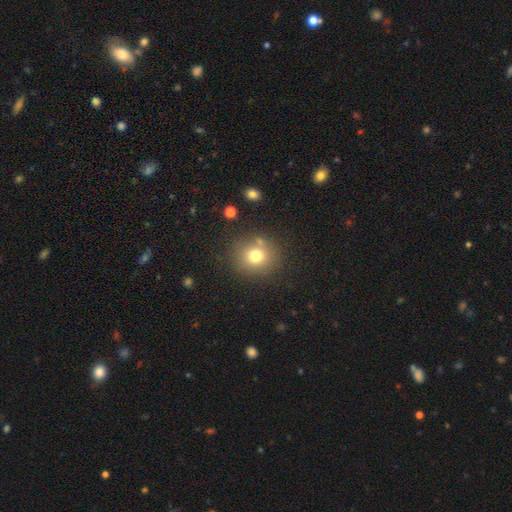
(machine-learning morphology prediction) smooth_or_featured: smooth (p=0.74) [alt: star or artifact p=0.15]
how_rounded: round (p=0.84) [alt: in between p=0.15]
merging: none (p=0.78) [alt: minor disturbance p=0.10]